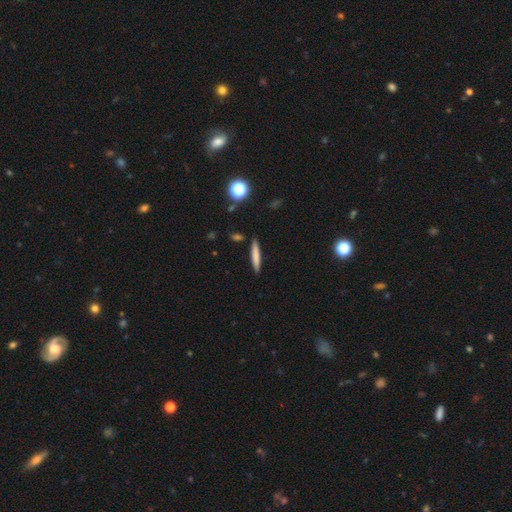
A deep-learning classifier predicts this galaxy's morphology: type=smooth (74%); roundness=cigar-shaped (93%); merging=none (88%).